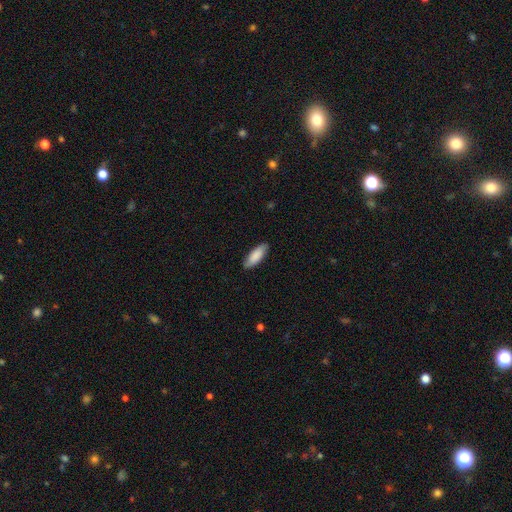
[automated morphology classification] Smooth or featured? smooth (86%)
How rounded? in between (65%)
Merging? none (86%)